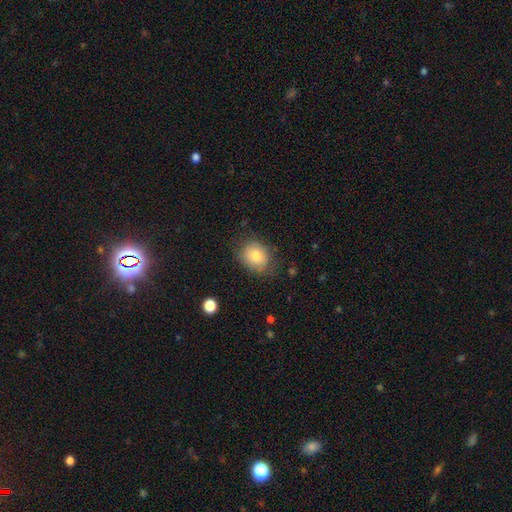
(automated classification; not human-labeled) Smooth or featured? smooth (77%)
How rounded? round (59%)
Merging? none (75%)